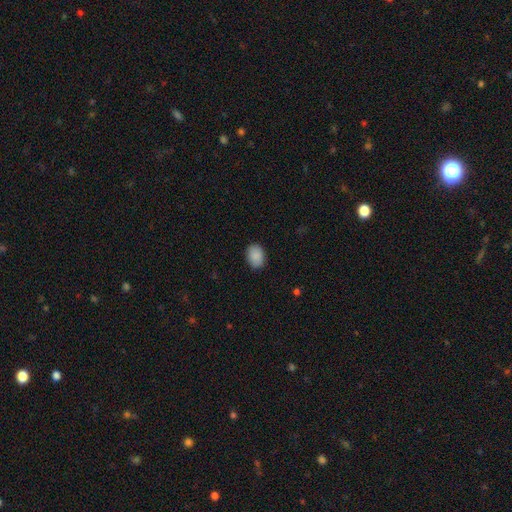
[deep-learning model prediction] Smooth or featured? smooth (89%)
How rounded? in between (75%)
Merging? none (86%)